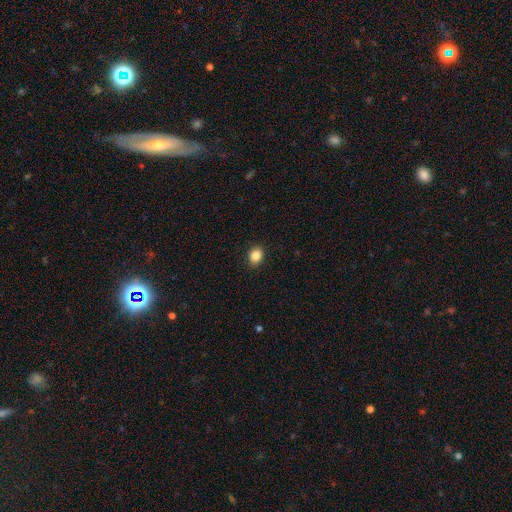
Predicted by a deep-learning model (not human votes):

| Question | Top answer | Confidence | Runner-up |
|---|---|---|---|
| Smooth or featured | smooth | 87% | star or artifact (9%) |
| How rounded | round | 55% | in between (44%) |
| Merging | none | 90% | minor disturbance (7%) |